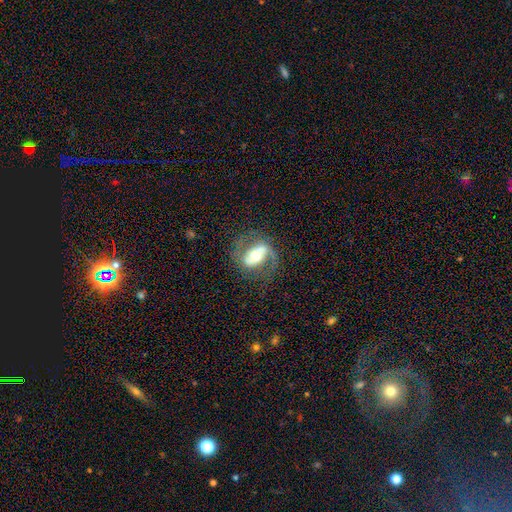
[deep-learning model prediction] Smooth or featured? featured or disk (80%)
Edge-on disk? no (96%)
Bar? weak (35%)
Spiral arms? yes (90%)
Spiral winding? medium (50%)
Spiral arm count? 2 (85%)
Bulge size? moderate (66%)
Merging? none (68%)